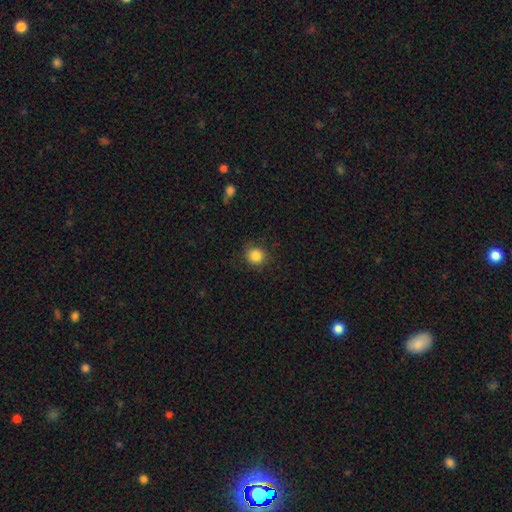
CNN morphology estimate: type=smooth (86%); roundness=round (89%); merging=none (85%).